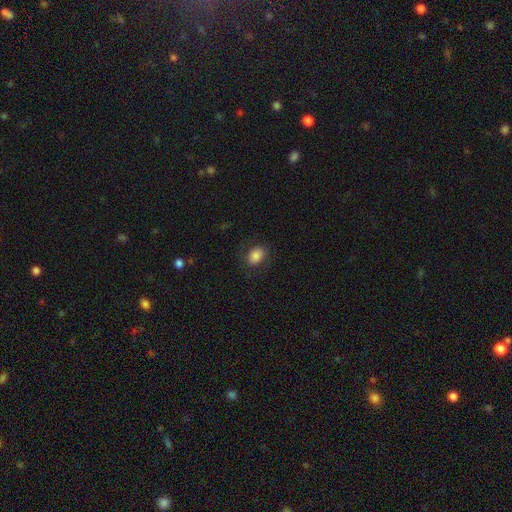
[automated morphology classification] smooth_or_featured: smooth (p=0.81) [alt: featured or disk p=0.11]
how_rounded: in between (p=0.69) [alt: round p=0.30]
merging: none (p=0.79) [alt: minor disturbance p=0.13]